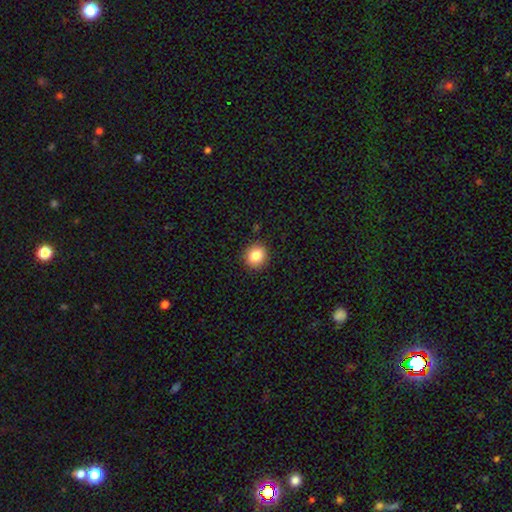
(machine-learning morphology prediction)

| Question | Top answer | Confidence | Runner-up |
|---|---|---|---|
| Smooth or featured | smooth | 83% | star or artifact (10%) |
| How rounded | round | 70% | in between (29%) |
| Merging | none | 90% | minor disturbance (7%) |